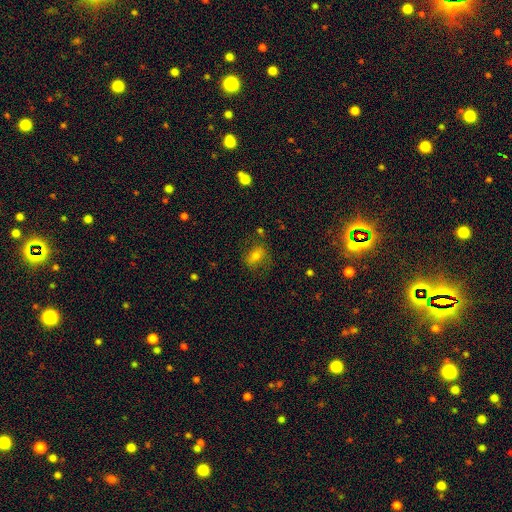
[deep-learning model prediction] This appears to be a smooth galaxy with no disk features (69%) that is in between round and cigar-shaped (70%). Merging: none (70%).